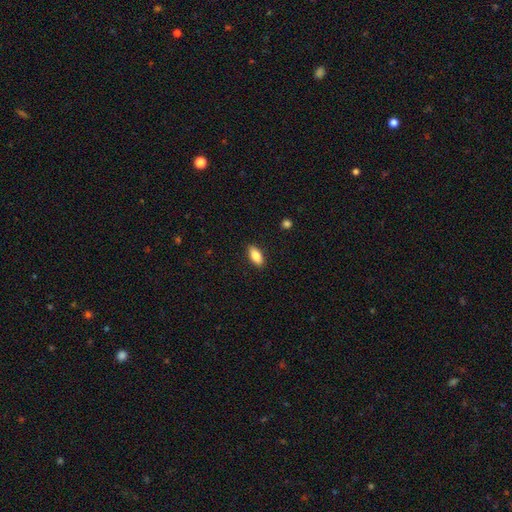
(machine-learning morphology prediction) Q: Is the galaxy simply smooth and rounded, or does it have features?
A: smooth — 85%.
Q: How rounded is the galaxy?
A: in between — 86%.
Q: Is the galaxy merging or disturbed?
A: none — 89%.